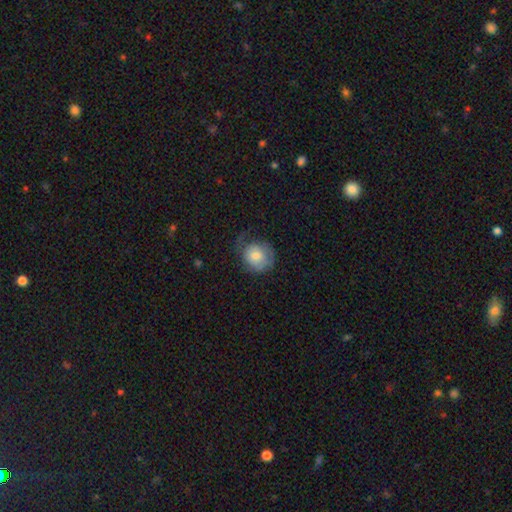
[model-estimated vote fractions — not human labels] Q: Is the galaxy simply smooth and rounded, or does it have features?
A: smooth — 69%.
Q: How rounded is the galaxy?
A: round — 78%.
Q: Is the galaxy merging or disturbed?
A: none — 46%.